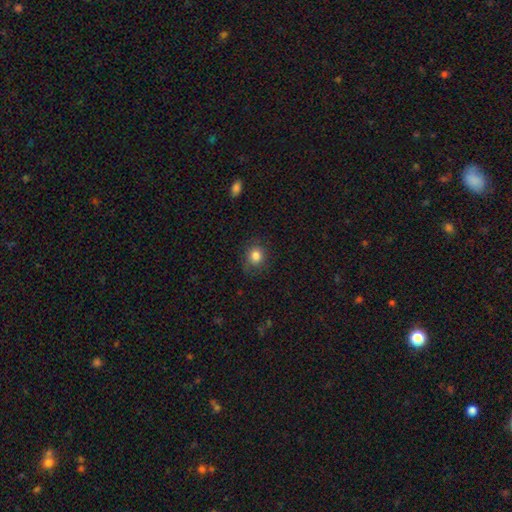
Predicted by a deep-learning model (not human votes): Smooth or featured? Predicted: smooth (p=0.83). How rounded? Predicted: round (p=0.81). Merging? Predicted: none (p=0.81).